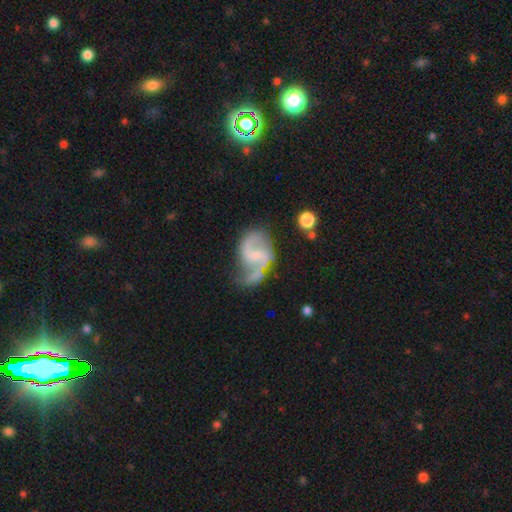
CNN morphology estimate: Smooth or featured? featured or disk (87%)
Edge-on disk? no (98%)
Bar? weak (52%)
Spiral arms? yes (95%)
Spiral winding? loose (51%)
Spiral arm count? 2 (89%)
Bulge size? small (59%)
Merging? none (54%)